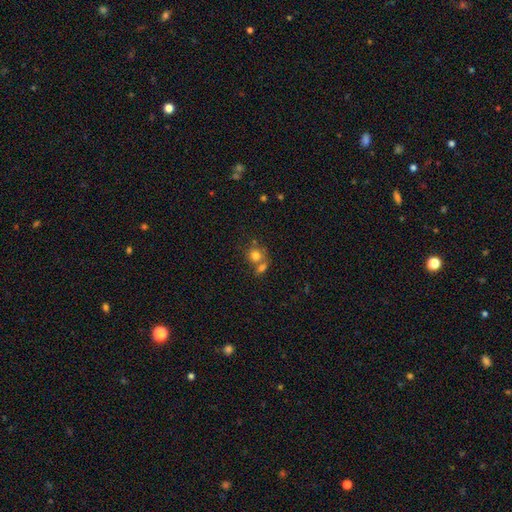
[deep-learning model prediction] The model was most divided on "merging": merger: 44%, none: 43%, minor disturbance: 10%, major disturbance: 4%. More confident: how rounded — round (78%); smooth or featured — smooth (76%).